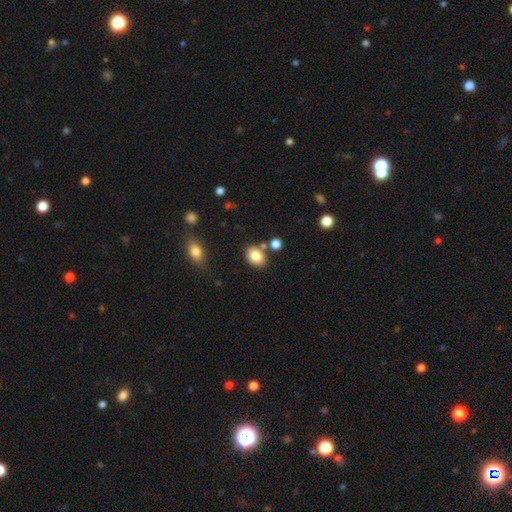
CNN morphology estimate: smooth-or-featured: smooth: 82% | featured or disk: 9% | star or artifact: 9%
  how-rounded: in between: 65% | round: 34% | cigar-shaped: 1%
  merging: none: 75% | minor disturbance: 11% | merger: 11% | major disturbance: 3%